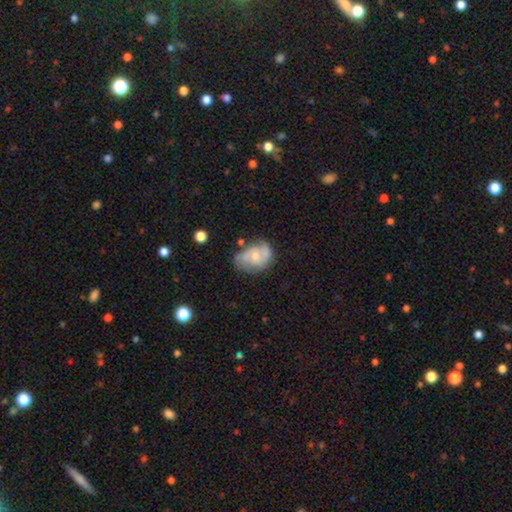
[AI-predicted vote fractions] This is possibly a featured or disk galaxy (55%). It is clearly not viewed edge-on (97%). Bar: likely no (70%). Spiral arm pattern: likely yes (75%). Central bulge: possibly small (52%). Merging: possibly none (46%).